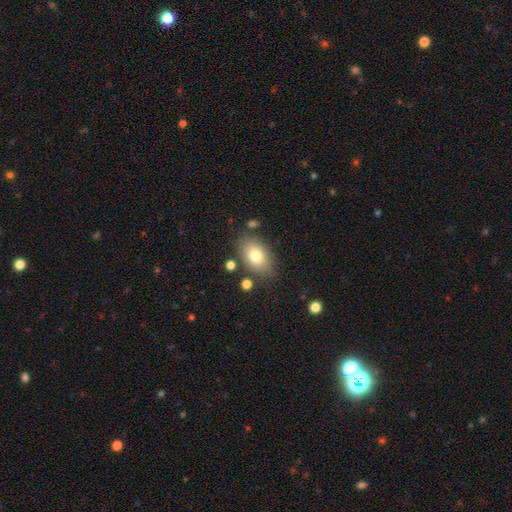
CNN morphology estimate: smooth 77%, featured or disk 14%, star or artifact 9%. Down the decision tree: how rounded — in between (87%); merging — none (78%).